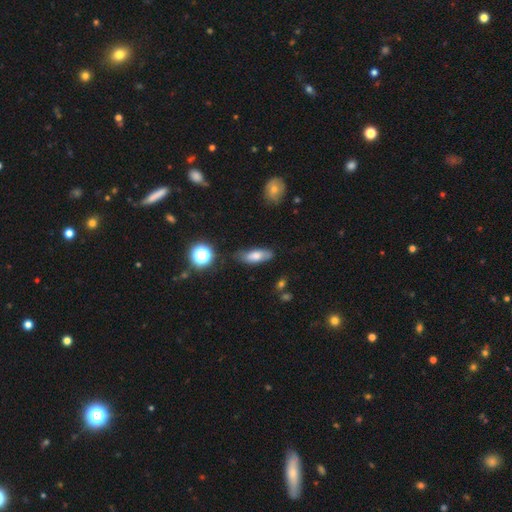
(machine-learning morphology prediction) Overall: smooth (72%). How rounded: in between (72%). Merging: none (71%).